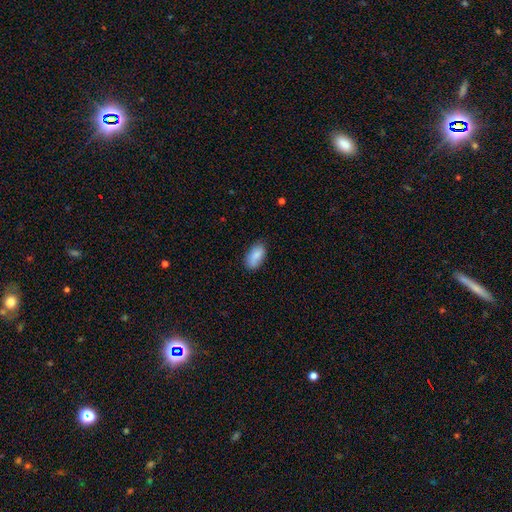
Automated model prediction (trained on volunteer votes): Overall: smooth (85%). How rounded: in between (93%). Merging: none (75%).